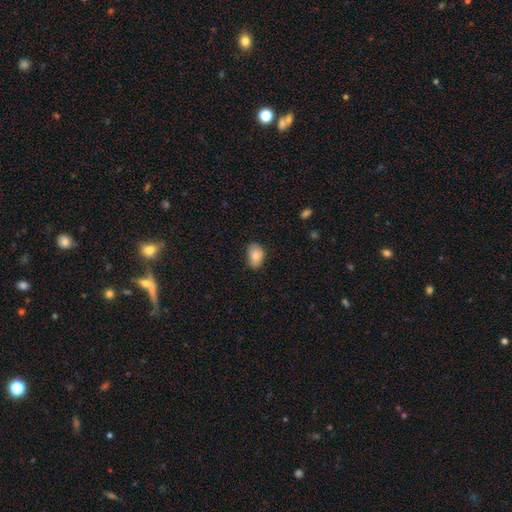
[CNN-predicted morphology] A smooth galaxy with no disk features (84%) that is in between round and cigar-shaped (82%).

Vote fractions:
- Smooth or featured? smooth: 84% / featured or disk: 9% / star or artifact: 7%
- How rounded? in between: 82% / round: 17% / cigar-shaped: 1%
- Merging? none: 77% / minor disturbance: 19% / major disturbance: 3% / merger: 1%